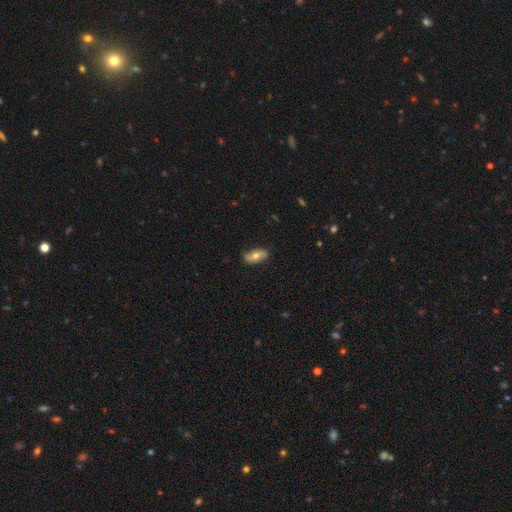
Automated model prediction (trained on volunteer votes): smooth 60%, featured or disk 33%, star or artifact 7%. Down the decision tree: how rounded — in between (82%); merging — none (82%).